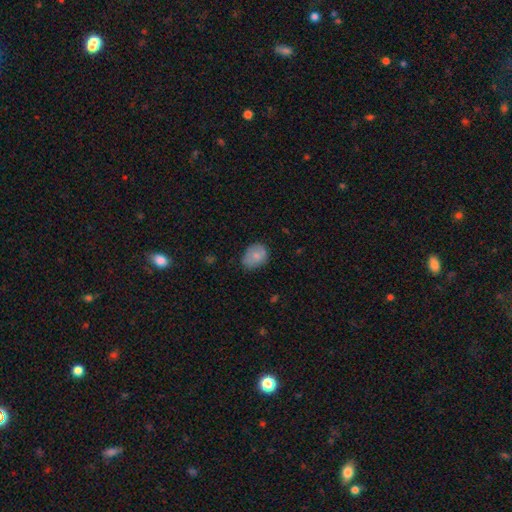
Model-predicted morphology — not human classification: The model was most divided on "how rounded": in between: 63%, round: 36%, cigar-shaped: 1%. More confident: smooth or featured — smooth (82%); merging — none (66%).